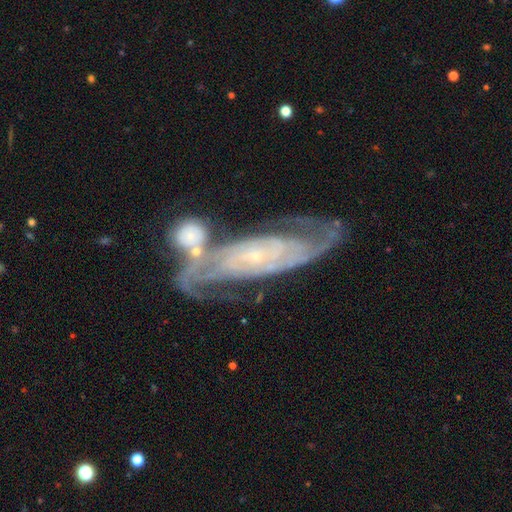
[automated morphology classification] Smooth or featured?
  - featured or disk: 88% *
  - smooth: 6%
  - star or artifact: 6%
Edge-on disk?
  - no: 91% *
  - yes: 9%
Bar?
  - no: 66% *
  - weak: 24%
  - strong: 10%
Spiral arms?
  - yes: 97% *
  - no: 3%
Spiral winding?
  - tight: 65% *
  - medium: 28%
  - loose: 6%
Spiral arm count?
  - 2: 48% *
  - can't tell: 25%
  - 3: 12%
  - 4: 6%
  - more than 4: 5%
  - 1: 5%
Bulge size?
  - small: 83% *
  - moderate: 11%
  - none: 3%
  - large: 1%
  - dominant: 1%
Merging?
  - none: 46% *
  - merger: 30%
  - minor disturbance: 16%
  - major disturbance: 8%